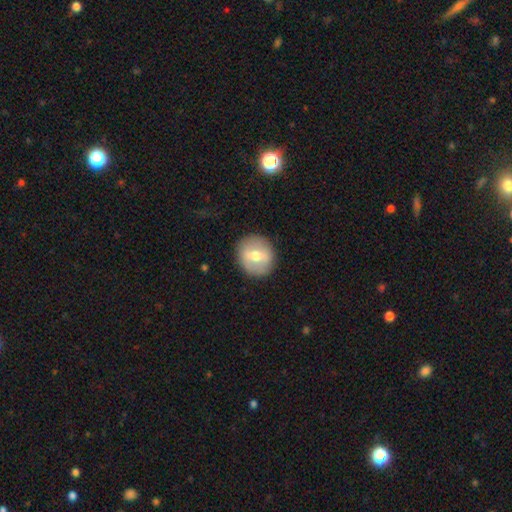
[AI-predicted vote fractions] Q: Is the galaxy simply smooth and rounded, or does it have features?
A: smooth — 50%.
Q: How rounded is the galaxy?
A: round — 85%.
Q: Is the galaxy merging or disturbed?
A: none — 88%.